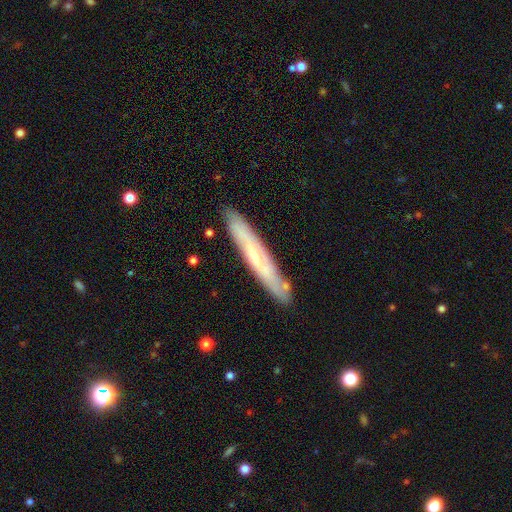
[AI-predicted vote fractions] smooth-or-featured: featured or disk: 58% | smooth: 36% | star or artifact: 6%
  disk-edge-on: yes: 73% | no: 27%
  merging: none: 86% | minor disturbance: 10% | merger: 2% | major disturbance: 2%